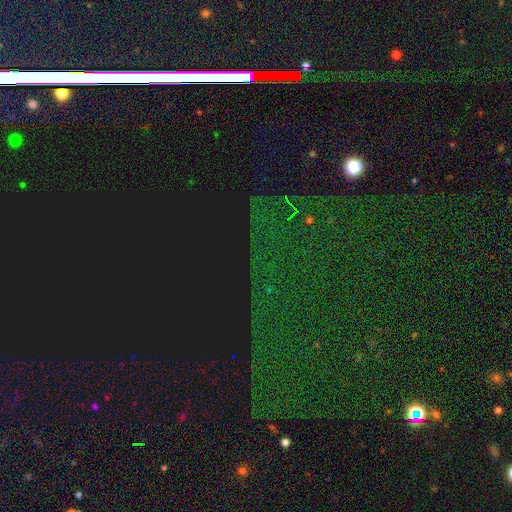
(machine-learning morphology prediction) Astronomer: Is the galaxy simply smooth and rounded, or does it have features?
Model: star or artifact — 85%.